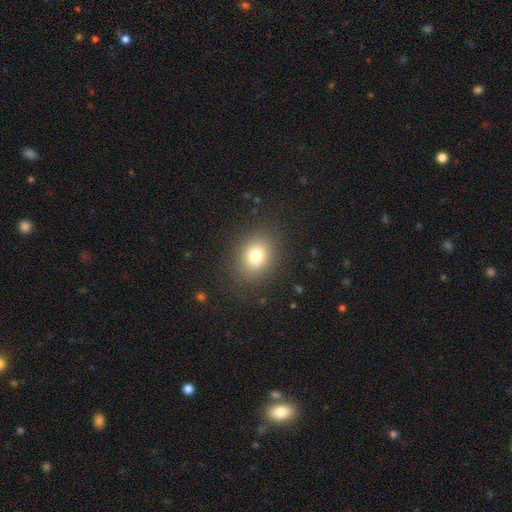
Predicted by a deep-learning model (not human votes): A smooth galaxy with no disk features (78%) that is round (59%). Merging: none (85%).